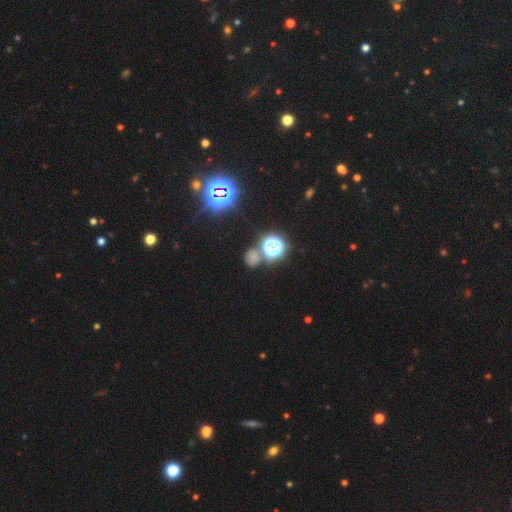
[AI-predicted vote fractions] Smooth or featured?
  - star or artifact: 53% *
  - smooth: 38%
  - featured or disk: 9%